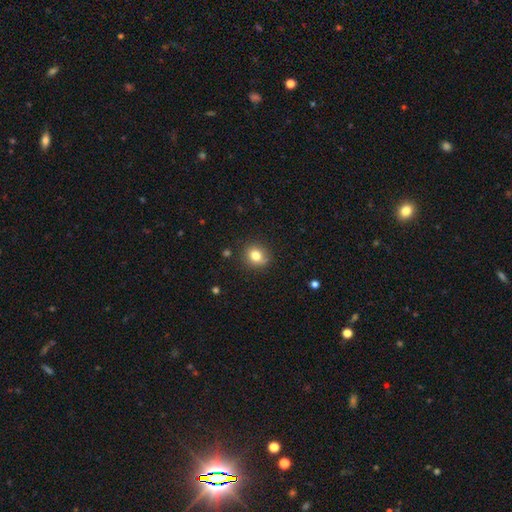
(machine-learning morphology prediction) Smooth or featured? smooth (80%)
How rounded? round (75%)
Merging? none (79%)